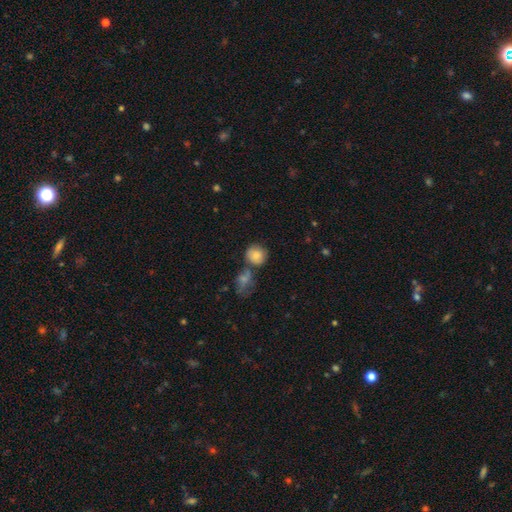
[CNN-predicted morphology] smooth_or_featured: smooth (p=0.80) [alt: featured or disk p=0.12]
how_rounded: round (p=0.85) [alt: in between p=0.14]
merging: none (p=0.54) [alt: merger p=0.26]